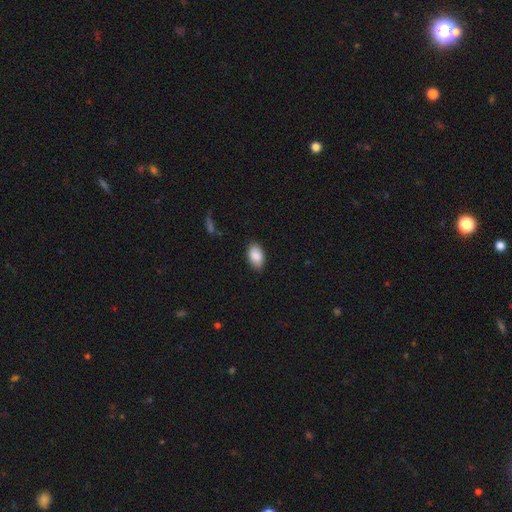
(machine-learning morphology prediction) Smooth or featured: smooth — 88% (star or artifact — 6%)
How rounded: in between — 93% (round — 5%)
Merging: none — 85% (minor disturbance — 12%)